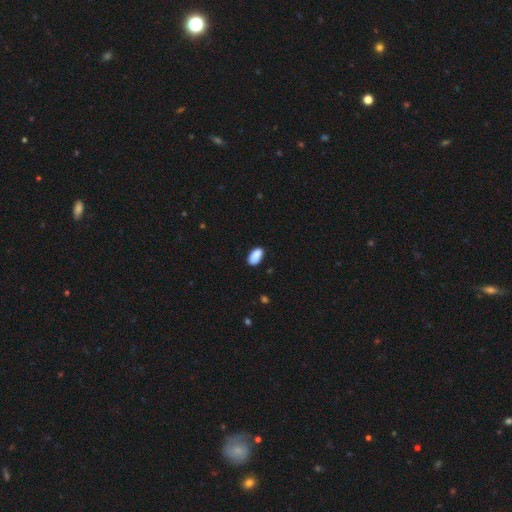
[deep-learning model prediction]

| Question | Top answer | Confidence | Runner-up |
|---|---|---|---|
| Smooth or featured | smooth | 90% | star or artifact (7%) |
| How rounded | in between | 94% | round (3%) |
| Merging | none | 82% | minor disturbance (14%) |